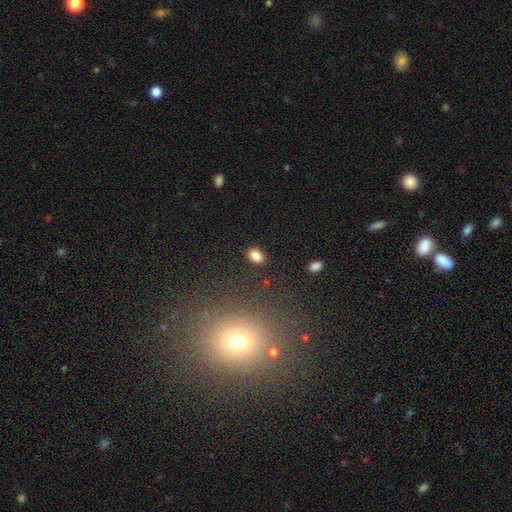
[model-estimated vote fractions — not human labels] Smooth or featured? smooth (85%)
How rounded? in between (82%)
Merging? none (87%)